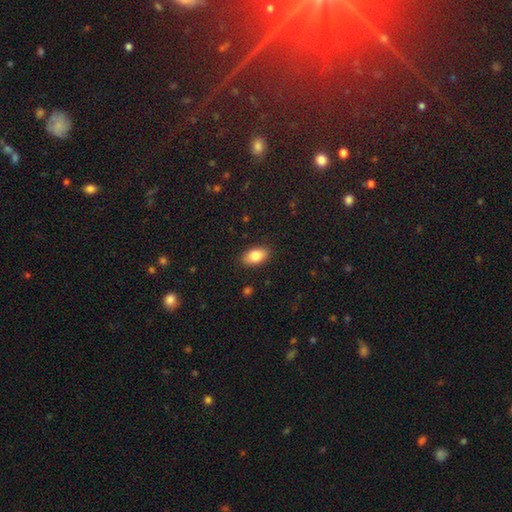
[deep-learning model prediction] Smooth or featured?
  - smooth: 82% *
  - featured or disk: 11%
  - star or artifact: 7%
How rounded?
  - in between: 91% *
  - round: 6%
  - cigar-shaped: 2%
Merging?
  - none: 87% *
  - minor disturbance: 10%
  - major disturbance: 2%
  - merger: 1%